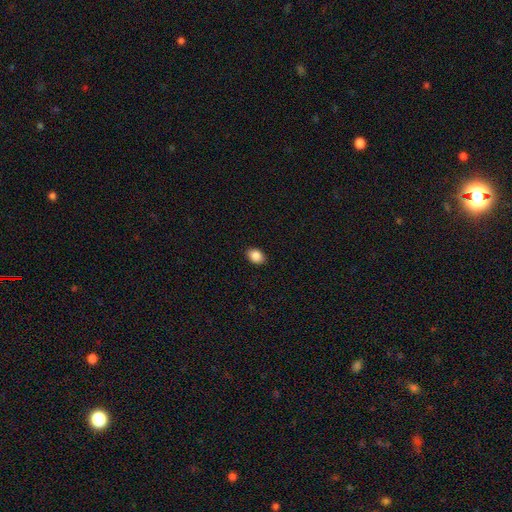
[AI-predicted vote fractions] A smooth galaxy with no disk features (88%) that is in between round and cigar-shaped (76%). Merging: none (89%).